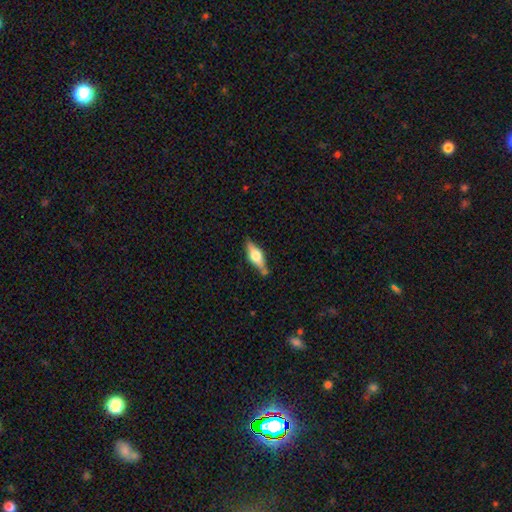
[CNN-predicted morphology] featured or disk 52%, smooth 42%, star or artifact 6%. Down the decision tree: edge-on disk — yes (91%); merging — none (75%).